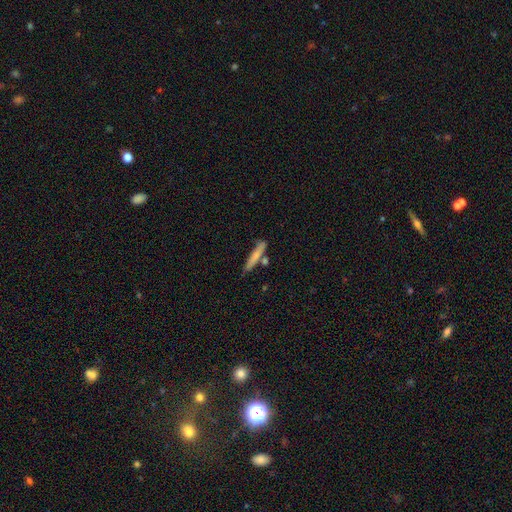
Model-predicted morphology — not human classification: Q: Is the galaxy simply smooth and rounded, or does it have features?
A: smooth — 71%.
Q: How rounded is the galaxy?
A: cigar-shaped — 91%.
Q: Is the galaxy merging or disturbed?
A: none — 70%.